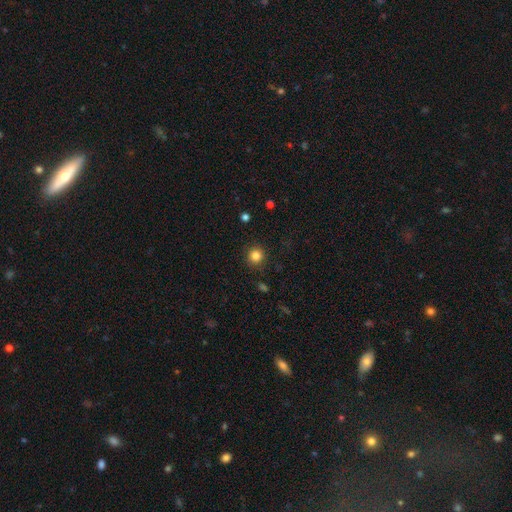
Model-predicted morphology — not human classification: smooth-or-featured: smooth: 84% | star or artifact: 12% | featured or disk: 5%
  how-rounded: round: 94% | in between: 5% | cigar-shaped: 1%
  merging: none: 90% | minor disturbance: 6% | major disturbance: 2% | merger: 1%